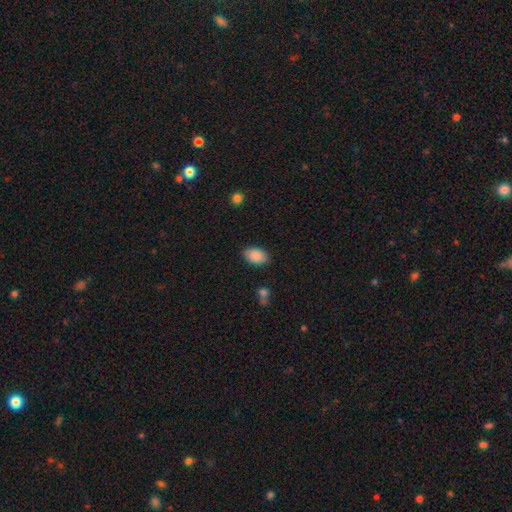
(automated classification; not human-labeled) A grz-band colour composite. It shows a smooth galaxy with no disk features (89%) that is in between round and cigar-shaped (89%). Merging: none (84%).